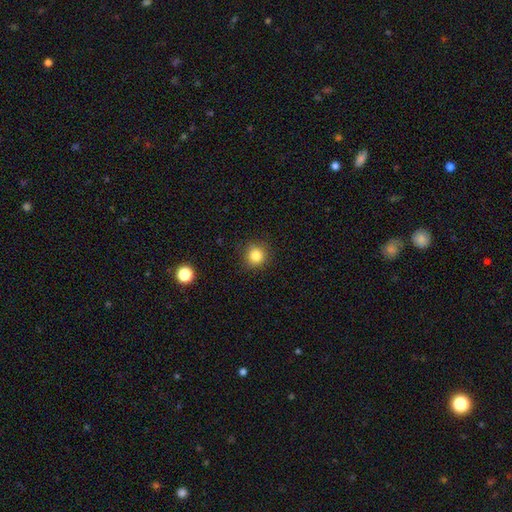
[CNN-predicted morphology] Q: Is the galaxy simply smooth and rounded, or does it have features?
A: smooth — 83%.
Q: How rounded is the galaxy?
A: round — 92%.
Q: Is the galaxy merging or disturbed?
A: none — 88%.